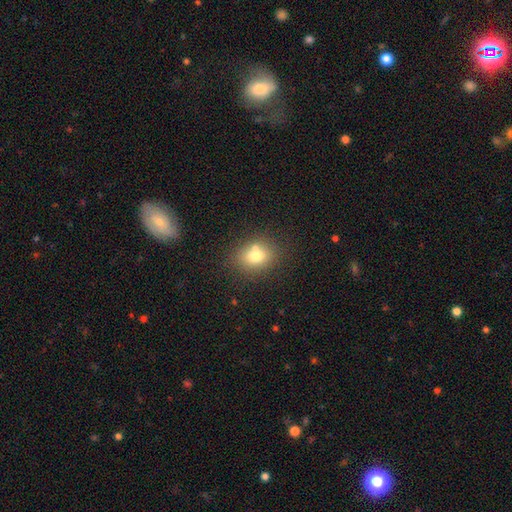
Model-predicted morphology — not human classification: smooth_or_featured: smooth (p=0.73) [alt: featured or disk p=0.15]
how_rounded: round (p=0.54) [alt: in between p=0.45]
merging: none (p=0.66) [alt: merger p=0.18]